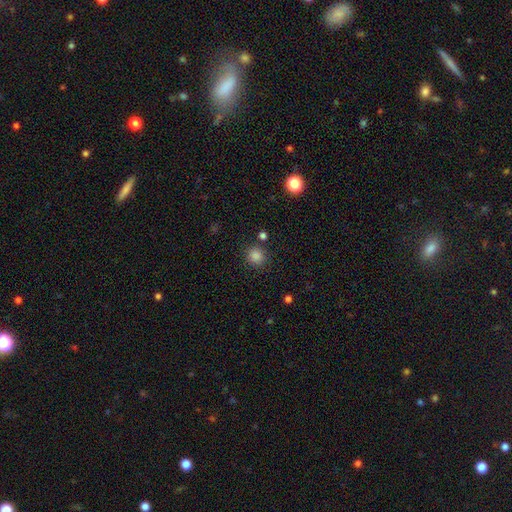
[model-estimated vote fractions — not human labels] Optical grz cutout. It shows a smooth galaxy with no disk features (85%) that is round (88%). Merging: none (85%).